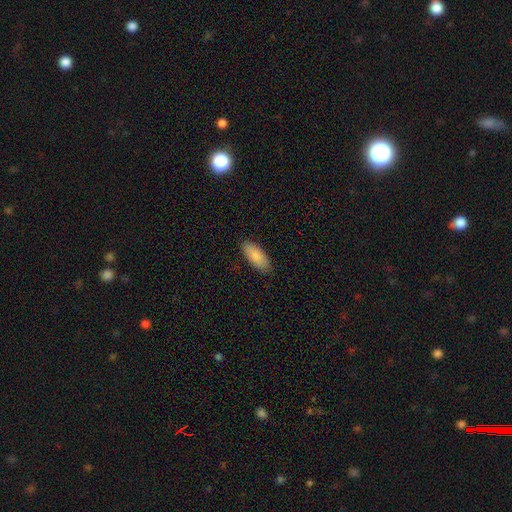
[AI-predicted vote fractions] A smooth galaxy with no disk features (89%) that is in between round and cigar-shaped (84%).

Vote fractions:
- Smooth or featured? smooth: 89% / featured or disk: 6% / star or artifact: 6%
- How rounded? in between: 84% / cigar-shaped: 14% / round: 2%
- Merging? none: 87% / minor disturbance: 10% / major disturbance: 2% / merger: 1%